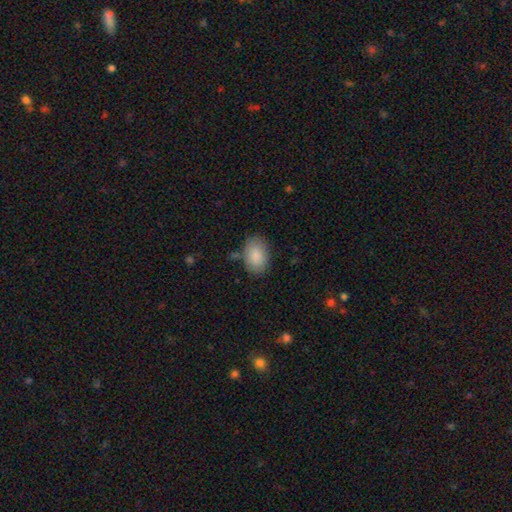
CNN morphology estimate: Smooth or featured? smooth (87%)
How rounded? in between (86%)
Merging? none (77%)